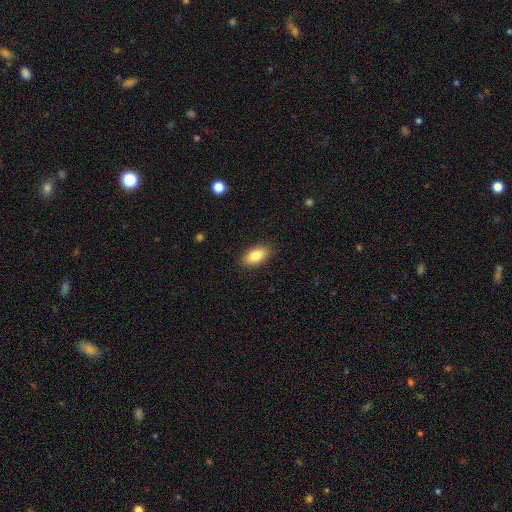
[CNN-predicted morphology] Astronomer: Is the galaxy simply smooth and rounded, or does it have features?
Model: smooth — 84%.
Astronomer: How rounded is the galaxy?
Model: in between — 91%.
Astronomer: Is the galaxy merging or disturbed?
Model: none — 88%.